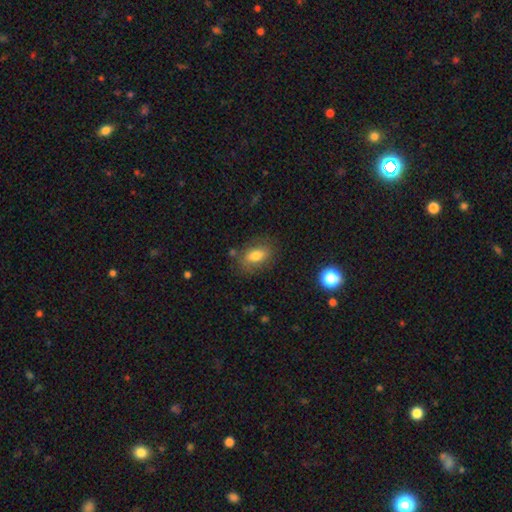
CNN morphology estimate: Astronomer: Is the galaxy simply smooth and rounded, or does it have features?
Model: smooth — 74%.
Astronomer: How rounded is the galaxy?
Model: in between — 83%.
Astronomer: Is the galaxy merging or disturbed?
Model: none — 75%.